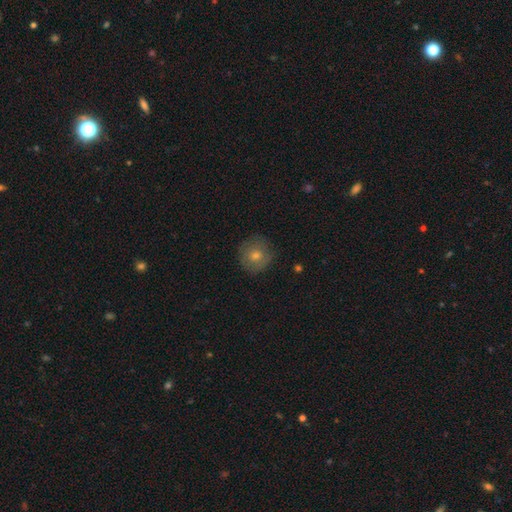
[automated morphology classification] smooth 61%, featured or disk 26%, star or artifact 13%. Down the decision tree: how rounded — round (93%); merging — none (85%).